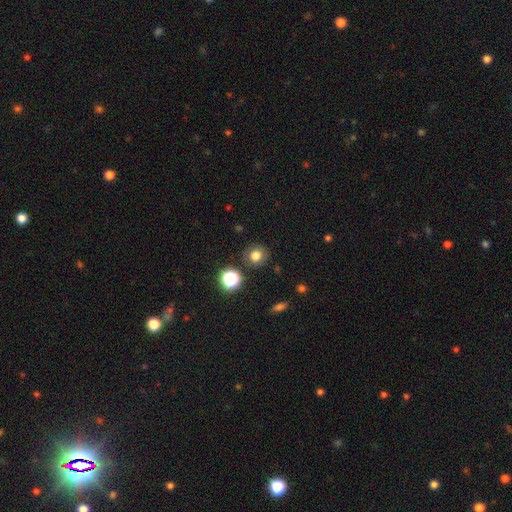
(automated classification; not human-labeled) smooth_or_featured: smooth (p=0.77) [alt: star or artifact p=0.16]
how_rounded: round (p=0.87) [alt: in between p=0.12]
merging: none (p=0.86) [alt: minor disturbance p=0.08]